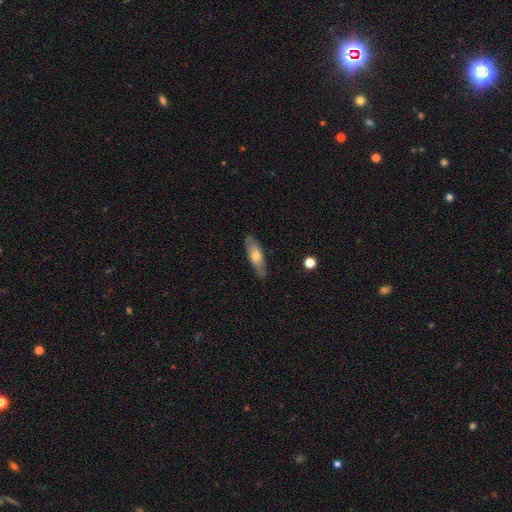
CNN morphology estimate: type=smooth (53%); roundness=in between (55%); merging=none (81%).